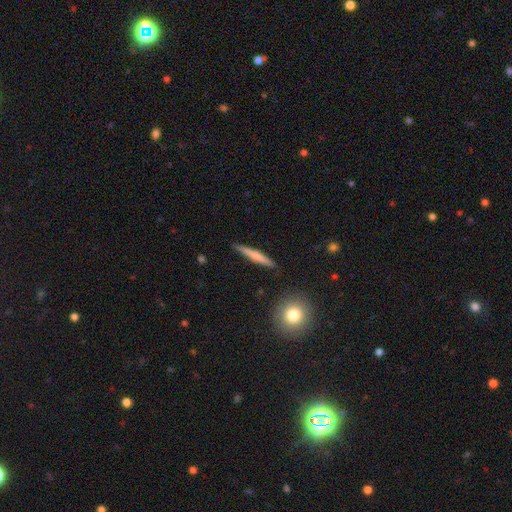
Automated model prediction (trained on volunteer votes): Smooth or featured: smooth — 60% (featured or disk — 34%)
How rounded: cigar-shaped — 94% (in between — 4%)
Merging: none — 88% (minor disturbance — 9%)